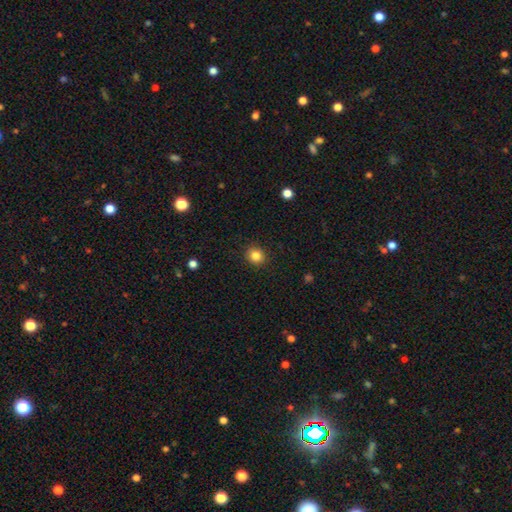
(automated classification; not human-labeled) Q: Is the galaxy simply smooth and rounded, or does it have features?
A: smooth — 85%.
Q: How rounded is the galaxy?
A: round — 85%.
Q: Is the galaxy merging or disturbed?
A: none — 90%.